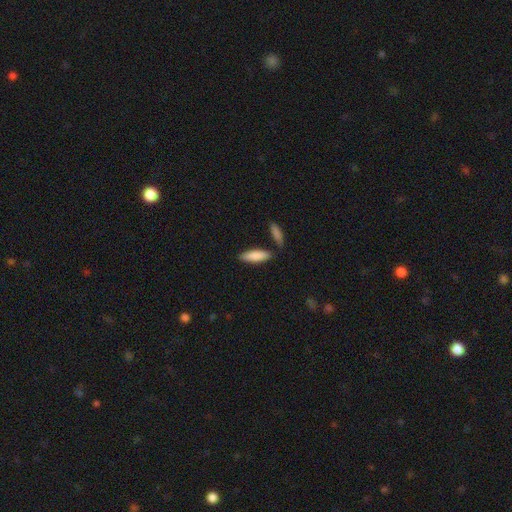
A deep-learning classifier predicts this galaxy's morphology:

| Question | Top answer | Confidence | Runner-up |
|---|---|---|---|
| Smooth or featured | smooth | 85% | featured or disk (10%) |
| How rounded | cigar-shaped | 51% | in between (47%) |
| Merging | none | 78% | minor disturbance (11%) |